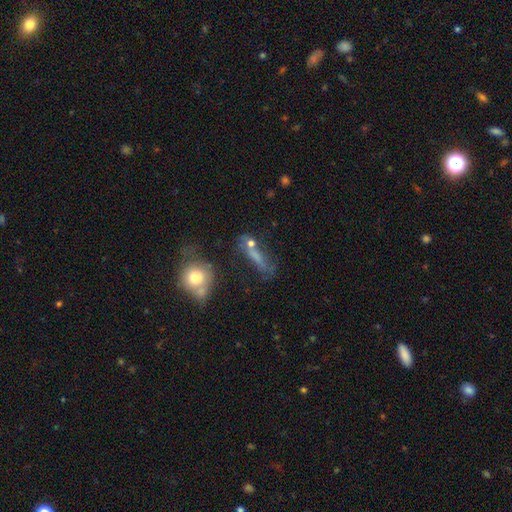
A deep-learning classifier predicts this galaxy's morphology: A smooth galaxy with no disk features (52%) that is cigar-shaped (61%).

Vote fractions:
- Smooth or featured? smooth: 52% / featured or disk: 31% / star or artifact: 18%
- How rounded? cigar-shaped: 61% / in between: 29% / round: 10%
- Merging? none: 43% / minor disturbance: 21% / major disturbance: 18% / merger: 18%